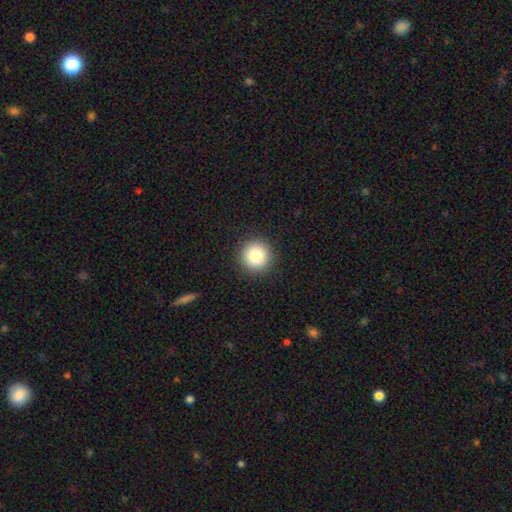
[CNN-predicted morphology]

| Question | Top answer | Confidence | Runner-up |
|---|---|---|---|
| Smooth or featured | smooth | 83% | star or artifact (10%) |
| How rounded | round | 95% | in between (4%) |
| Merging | none | 92% | minor disturbance (5%) |